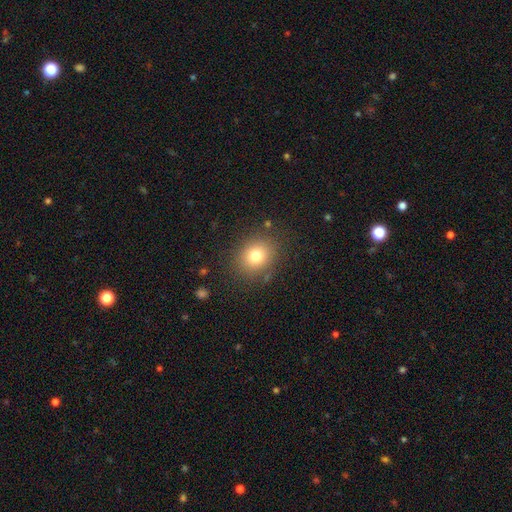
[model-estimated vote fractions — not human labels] smooth_or_featured: smooth (p=0.77) [alt: star or artifact p=0.13]
how_rounded: round (p=0.70) [alt: in between p=0.29]
merging: none (p=0.84) [alt: minor disturbance p=0.10]